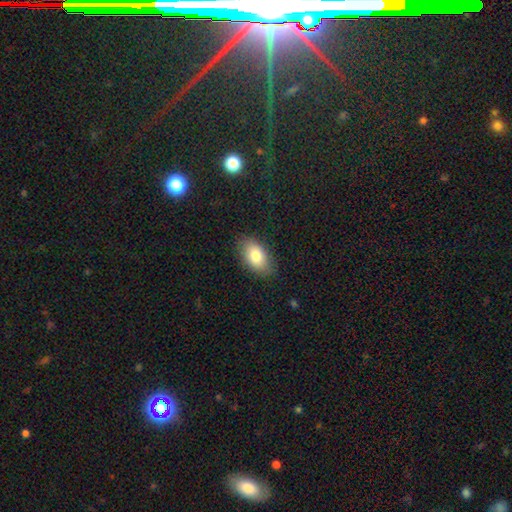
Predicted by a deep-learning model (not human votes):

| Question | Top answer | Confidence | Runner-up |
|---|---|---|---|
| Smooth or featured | smooth | 80% | featured or disk (12%) |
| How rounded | in between | 92% | round (7%) |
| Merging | none | 83% | minor disturbance (13%) |